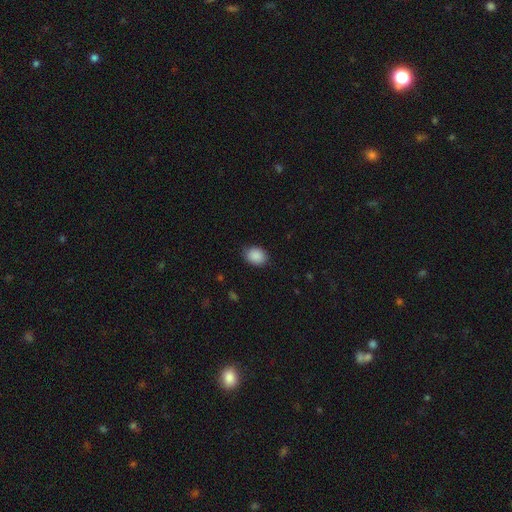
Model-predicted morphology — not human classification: Smooth or featured: smooth — 89% (star or artifact — 8%)
How rounded: in between — 58% (round — 41%)
Merging: none — 84% (minor disturbance — 13%)